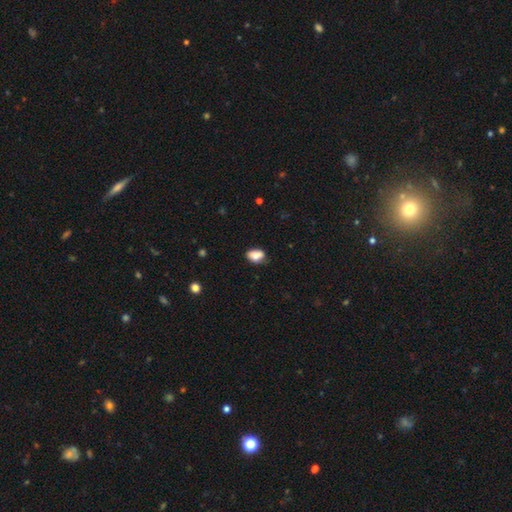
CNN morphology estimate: A smooth galaxy with no disk features (80%) that is in between round and cigar-shaped (82%).

Vote fractions:
- Smooth or featured? smooth: 80% / featured or disk: 12% / star or artifact: 9%
- How rounded? in between: 82% / round: 16% / cigar-shaped: 2%
- Merging? none: 61% / minor disturbance: 27% / merger: 6% / major disturbance: 6%